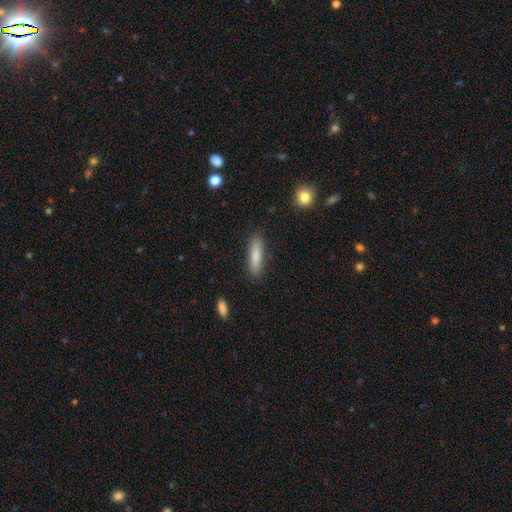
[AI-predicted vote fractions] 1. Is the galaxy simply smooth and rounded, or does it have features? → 82% smooth, 11% featured or disk, 6% star or artifact.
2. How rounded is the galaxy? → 74% cigar-shaped, 24% in between, 2% round.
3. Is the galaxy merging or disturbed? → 87% none, 9% minor disturbance, 2% major disturbance, 2% merger.